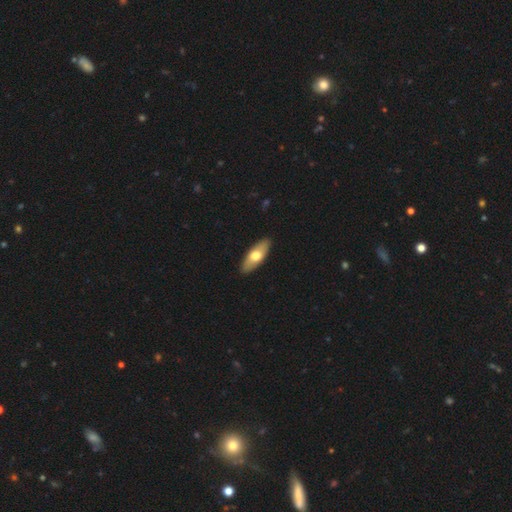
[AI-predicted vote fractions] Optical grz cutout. It shows a smooth galaxy with no disk features (63%) that is in between round and cigar-shaped (71%). Merging: none (91%).